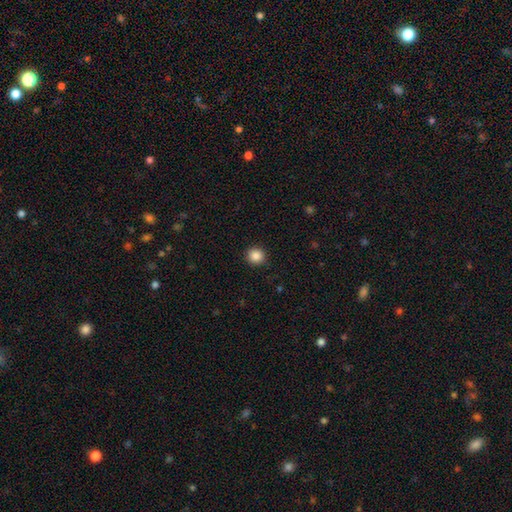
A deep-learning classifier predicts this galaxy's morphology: smooth_or_featured: smooth (p=0.87) [alt: star or artifact p=0.10]
how_rounded: round (p=0.91) [alt: in between p=0.08]
merging: none (p=0.92) [alt: minor disturbance p=0.05]